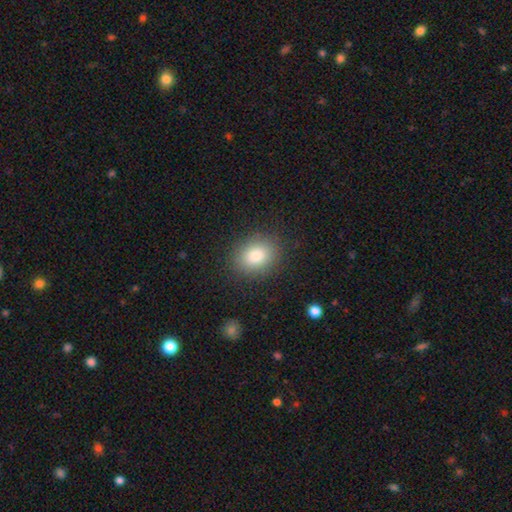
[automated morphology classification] smooth 83%, star or artifact 9%, featured or disk 8%. Down the decision tree: how rounded — in between (52%); merging — none (87%).